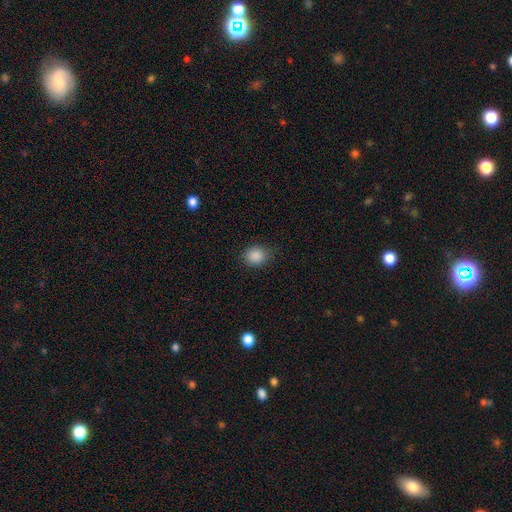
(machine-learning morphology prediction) smooth_or_featured: smooth (p=0.87) [alt: star or artifact p=0.09]
how_rounded: round (p=0.64) [alt: in between p=0.35]
merging: none (p=0.82) [alt: minor disturbance p=0.14]